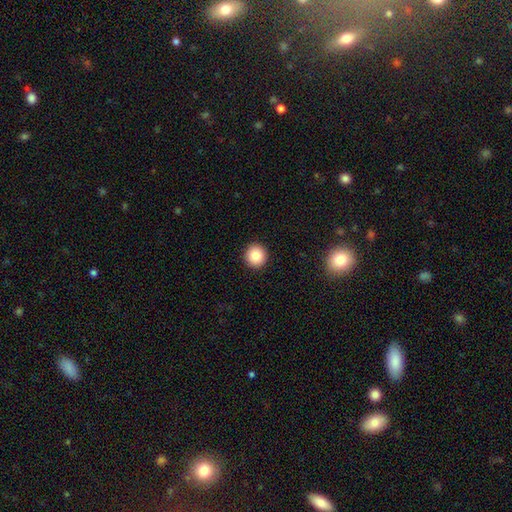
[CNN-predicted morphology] Smooth or featured?
  - smooth: 85% *
  - star or artifact: 9%
  - featured or disk: 6%
How rounded?
  - round: 94% *
  - in between: 5%
  - cigar-shaped: 1%
Merging?
  - none: 93% *
  - minor disturbance: 5%
  - major disturbance: 2%
  - merger: 1%